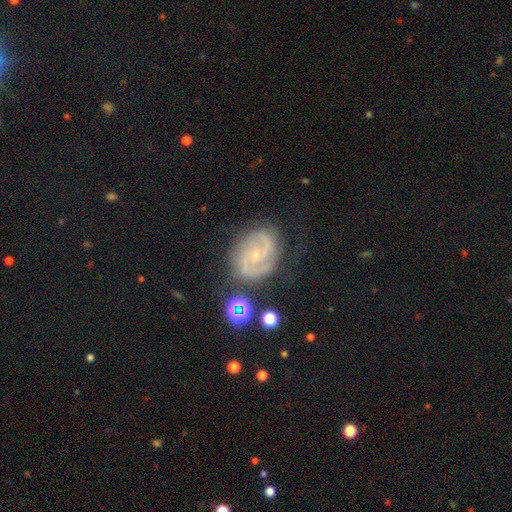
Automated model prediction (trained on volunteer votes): smooth_or_featured: featured or disk (p=0.86) [alt: smooth p=0.07]
disk_edge_on: no (p=0.97) [alt: yes p=0.03]
bar: no (p=0.60) [alt: weak p=0.31]
has_spiral_arms: yes (p=0.97) [alt: no p=0.03]
spiral_winding: tight (p=0.46) [alt: medium p=0.45]
spiral_arm_count: 2 (p=0.70) [alt: 3 p=0.13]
bulge_size: small (p=0.76) [alt: moderate p=0.20]
merging: none (p=0.72) [alt: minor disturbance p=0.18]